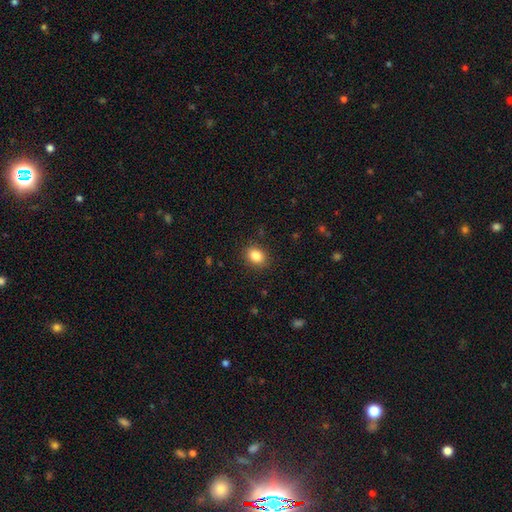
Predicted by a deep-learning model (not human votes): smooth-or-featured: smooth: 85% | star or artifact: 10% | featured or disk: 6%
  how-rounded: in between: 62% | round: 37% | cigar-shaped: 1%
  merging: none: 88% | minor disturbance: 9% | major disturbance: 2% | merger: 1%